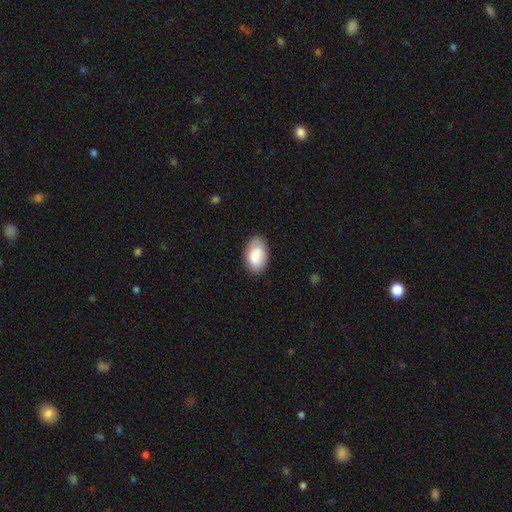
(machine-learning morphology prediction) Q: Smooth or featured?
A: smooth (84%); runner-up: featured or disk (9%)
Q: How rounded?
A: in between (94%); runner-up: round (5%)
Q: Merging?
A: none (79%); runner-up: minor disturbance (16%)